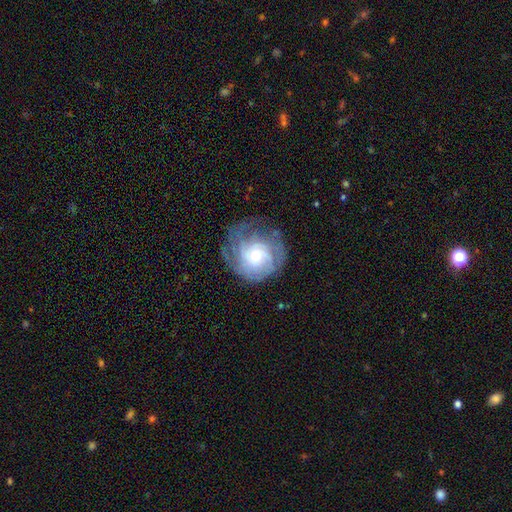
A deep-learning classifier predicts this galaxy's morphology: The model was most divided on "bulge size": small: 50%, moderate: 42%, large: 5%, none: 1%, dominant: 1%. Remaining: edge-on disk — no (97%); spiral arms — yes (90%); smooth or featured — featured or disk (74%); bar — no (74%); merging — none (63%); spiral winding — tight (60%); spiral arm count — can't tell (46%).